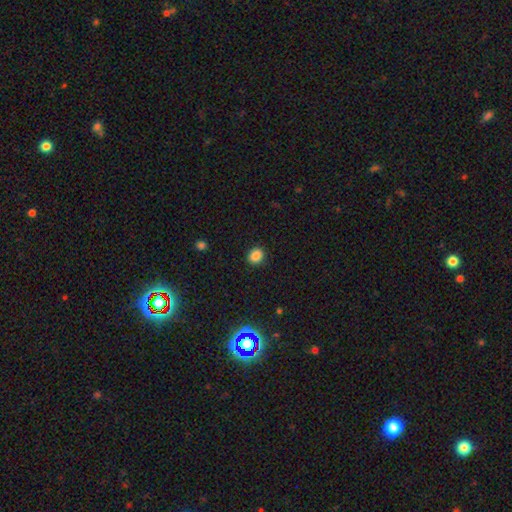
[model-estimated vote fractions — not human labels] A smooth galaxy with no disk features (86%) that is round (60%). Merging: none (90%).